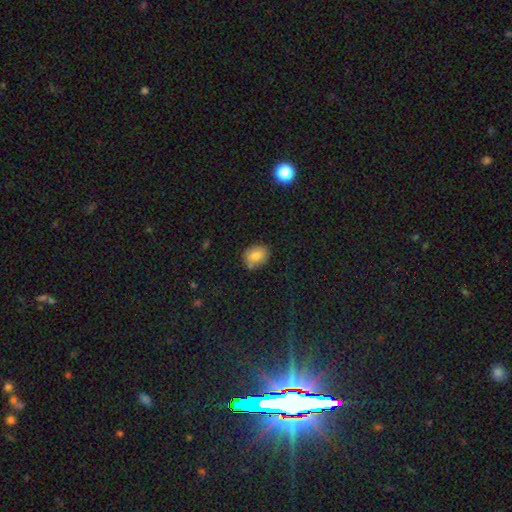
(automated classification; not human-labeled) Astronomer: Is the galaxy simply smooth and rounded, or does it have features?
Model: smooth — 81%.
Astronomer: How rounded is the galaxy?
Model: in between — 58% (runner-up: round, 41%).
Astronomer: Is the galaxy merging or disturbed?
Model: none — 76%.